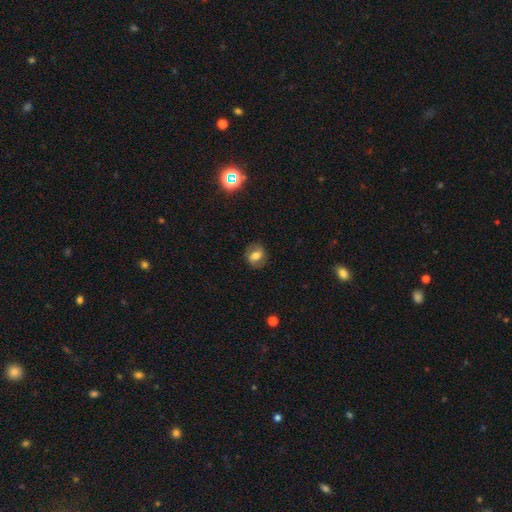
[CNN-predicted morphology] The model was most divided on "how rounded": round: 58%, in between: 40%, cigar-shaped: 2%. More confident: merging — none (82%); smooth or featured — smooth (54%).